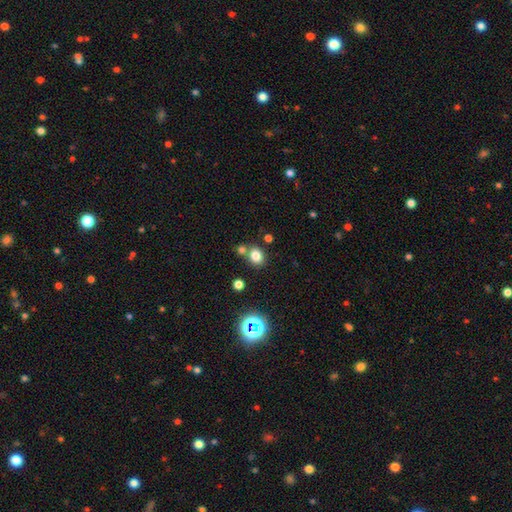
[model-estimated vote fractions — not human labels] A smooth galaxy with no disk features (78%) that is round (57%). Merging: none (66%).